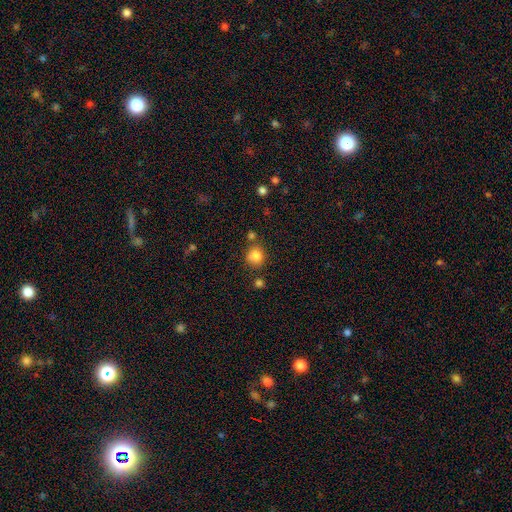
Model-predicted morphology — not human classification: Overall: smooth (83%). How rounded: round (82%). Merging: none (71%).